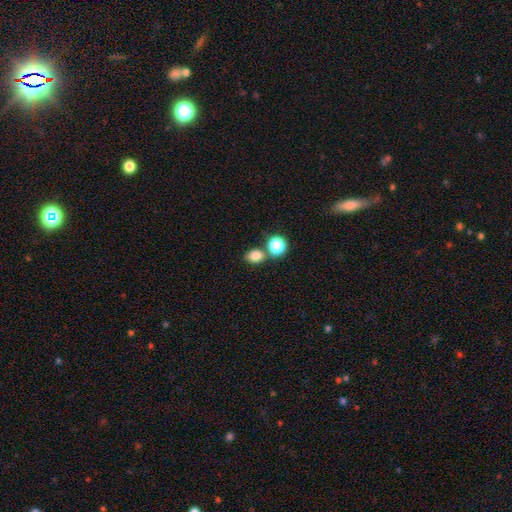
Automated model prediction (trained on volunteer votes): This is clearly a smooth galaxy (81%). How rounded: possibly in between (55%). Merging: likely none (63%).